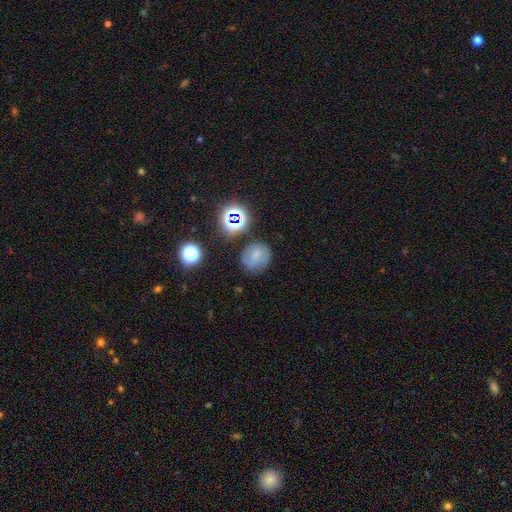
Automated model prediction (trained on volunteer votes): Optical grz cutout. It shows a smooth galaxy with no disk features (53%) that is round (77%). Merging: none (71%).